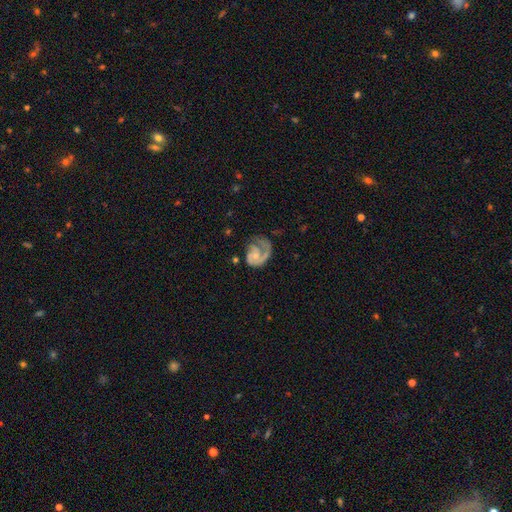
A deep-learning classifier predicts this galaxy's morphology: A featured or disk galaxy (78%) with no bar (72%), 1 (60%) medium (42%) spiral arms (91%) and a small central bulge (60%). Merging: major disturbance (38%).